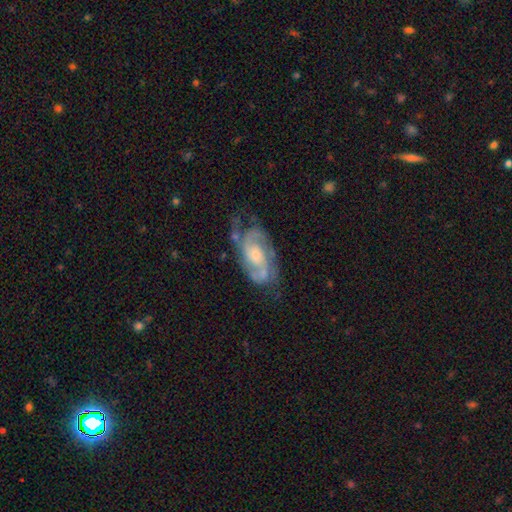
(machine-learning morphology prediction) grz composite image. It shows a featured or disk galaxy (85%) with no bar (63%), 2 (71%) medium (46%) spiral arms (95%) and a small central bulge (53%). Merging: none (58%).